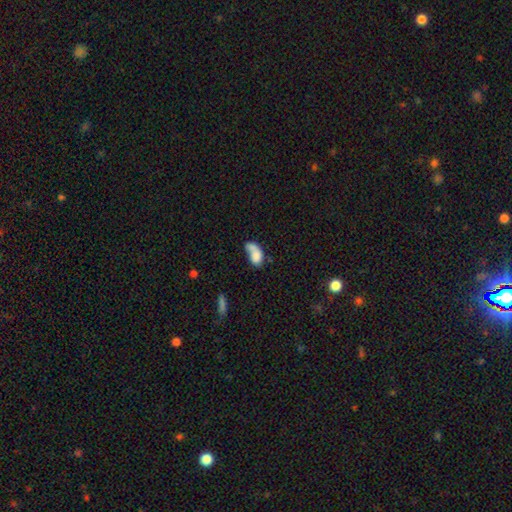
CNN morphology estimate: This appears to be a smooth galaxy with no disk features (72%) that is in between round and cigar-shaped (84%). Merging: merger (46%).